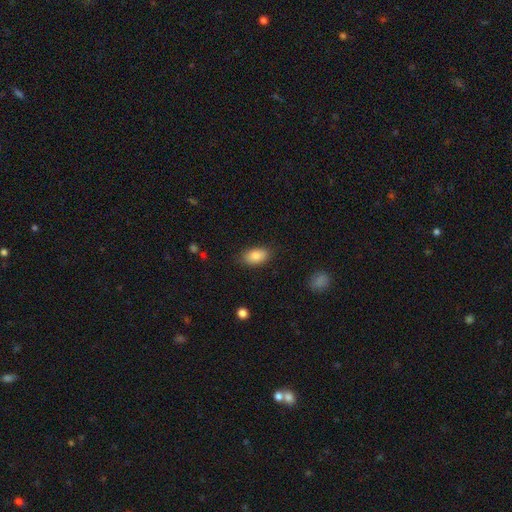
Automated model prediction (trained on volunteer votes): Overall: smooth (85%). How rounded: in between (91%). Merging: none (83%).